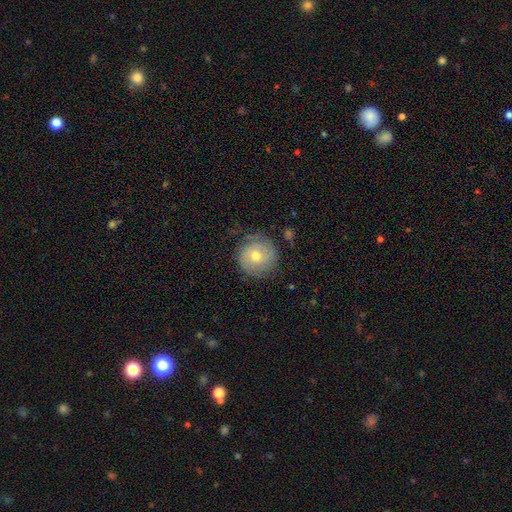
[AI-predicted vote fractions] smooth-or-featured: smooth: 57% | featured or disk: 35% | star or artifact: 8%
  how-rounded: round: 94% | in between: 5% | cigar-shaped: 1%
  merging: none: 72% | minor disturbance: 19% | major disturbance: 8% | merger: 2%